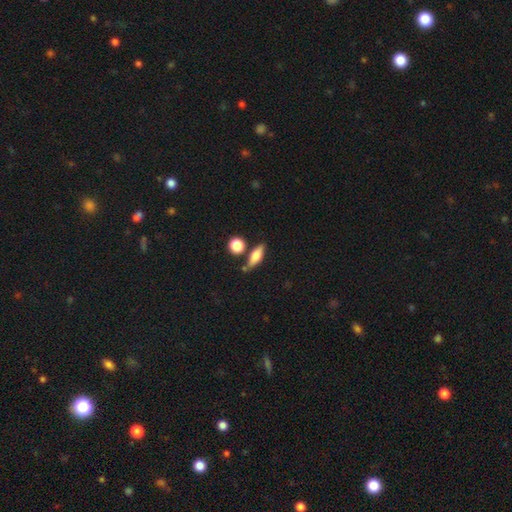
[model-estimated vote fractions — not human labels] Morphology: type=smooth (65%); roundness=in between (60%); merging=none (72%).